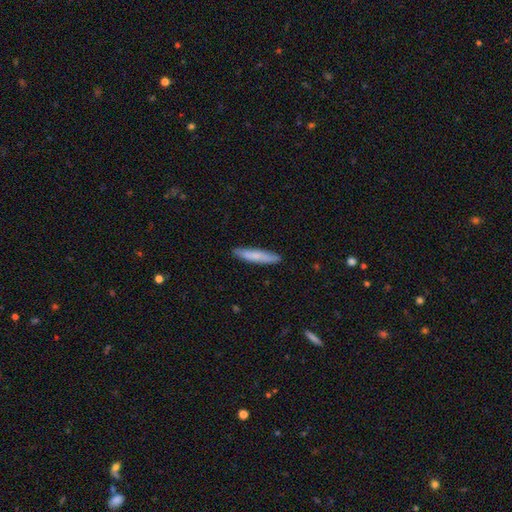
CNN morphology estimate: A smooth galaxy with no disk features (77%) that is cigar-shaped (90%). Merging: none (89%).